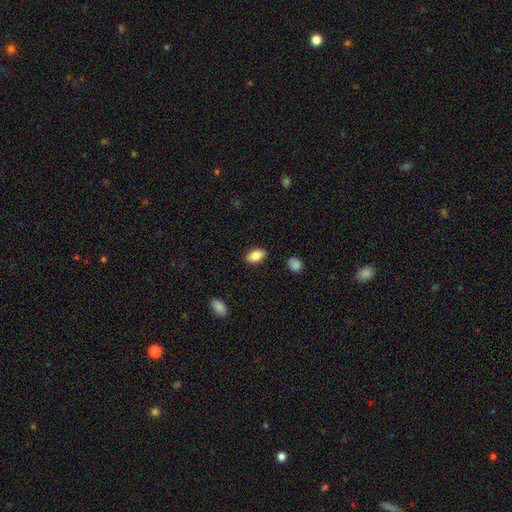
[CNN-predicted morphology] Smooth or featured: smooth — 83% (featured or disk — 9%)
How rounded: in between — 92% (round — 6%)
Merging: none — 88% (minor disturbance — 9%)